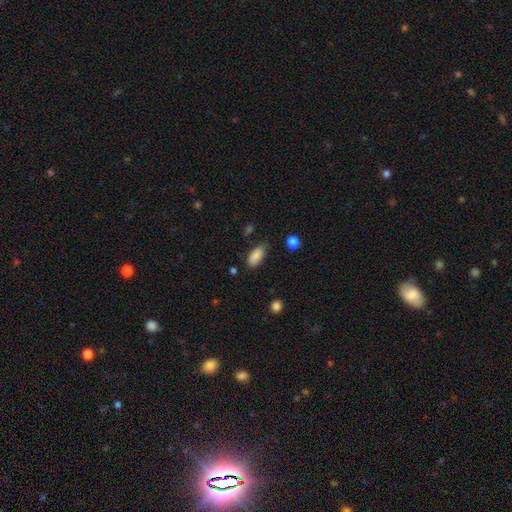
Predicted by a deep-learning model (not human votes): The model was most divided on "merging": none: 71%, minor disturbance: 23%, major disturbance: 4%, merger: 2%. More confident: how rounded — in between (88%); smooth or featured — smooth (86%).